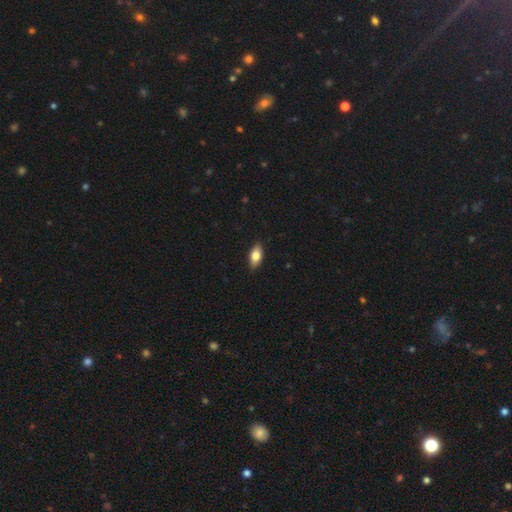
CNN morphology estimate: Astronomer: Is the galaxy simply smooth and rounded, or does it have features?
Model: smooth — 77%.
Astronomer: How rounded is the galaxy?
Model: in between — 87%.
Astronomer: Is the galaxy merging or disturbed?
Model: none — 88%.